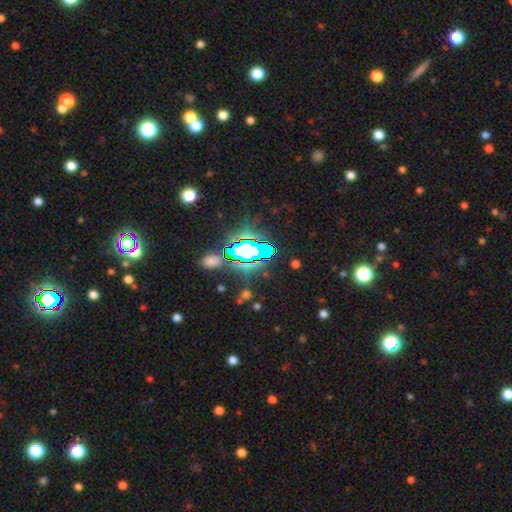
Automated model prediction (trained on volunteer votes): Q: Smooth or featured?
A: star or artifact (77%); runner-up: smooth (13%)